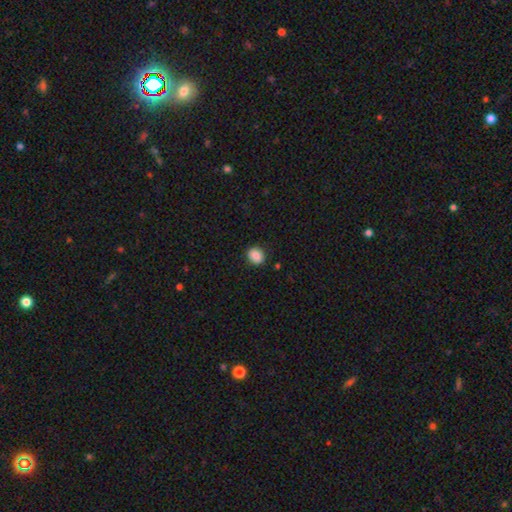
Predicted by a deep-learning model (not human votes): Smooth or featured?
  - smooth: 87% *
  - star or artifact: 9%
  - featured or disk: 5%
How rounded?
  - round: 65% *
  - in between: 34%
  - cigar-shaped: 1%
Merging?
  - none: 89% *
  - minor disturbance: 8%
  - major disturbance: 2%
  - merger: 1%